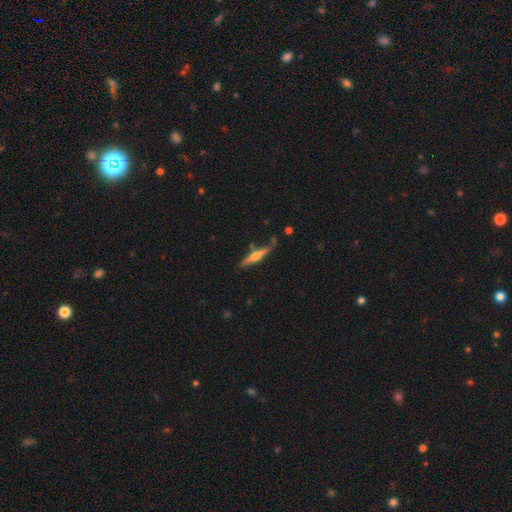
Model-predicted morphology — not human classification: Smooth or featured?
  - featured or disk: 59% *
  - smooth: 35%
  - star or artifact: 6%
Edge-on disk?
  - yes: 94% *
  - no: 6%
Edge-on bulge?
  - rounded: 88% *
  - none: 7%
  - boxy: 5%
Merging?
  - none: 68% *
  - minor disturbance: 20%
  - merger: 7%
  - major disturbance: 5%